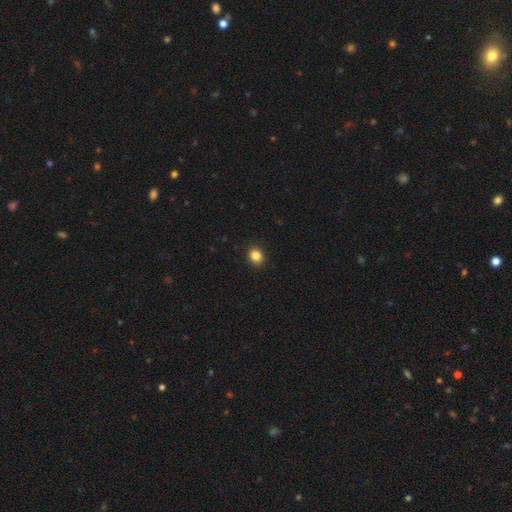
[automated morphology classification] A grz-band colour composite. It shows a smooth galaxy with no disk features (85%) that is round (63%). Merging: none (91%).